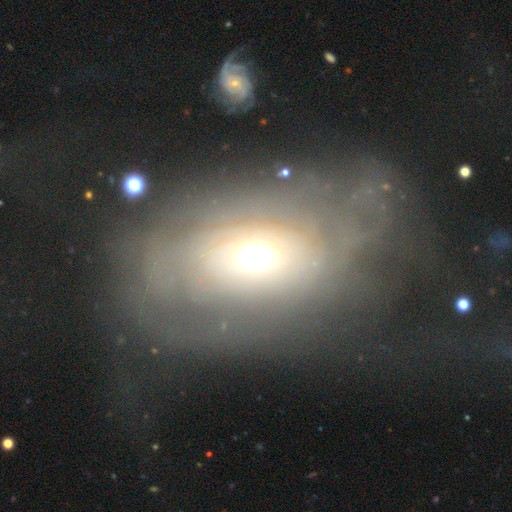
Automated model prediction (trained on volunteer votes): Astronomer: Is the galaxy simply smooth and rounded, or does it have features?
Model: featured or disk — 62%.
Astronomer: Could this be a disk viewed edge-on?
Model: no — 92%.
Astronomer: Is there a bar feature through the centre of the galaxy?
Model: no — 85%.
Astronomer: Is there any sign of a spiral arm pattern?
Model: no — 56% (runner-up: yes, 44%).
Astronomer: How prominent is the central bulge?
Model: moderate — 60%.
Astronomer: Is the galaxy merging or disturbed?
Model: none — 43% (runner-up: major disturbance, 33%).